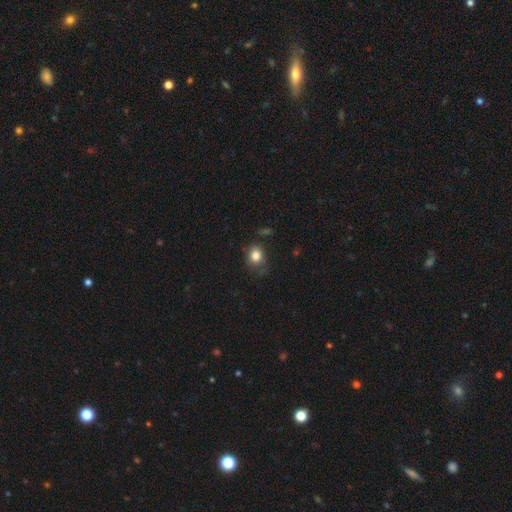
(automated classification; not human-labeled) Q: Smooth or featured?
A: smooth (82%); runner-up: star or artifact (11%)
Q: How rounded?
A: round (62%); runner-up: in between (37%)
Q: Merging?
A: none (67%); runner-up: minor disturbance (23%)